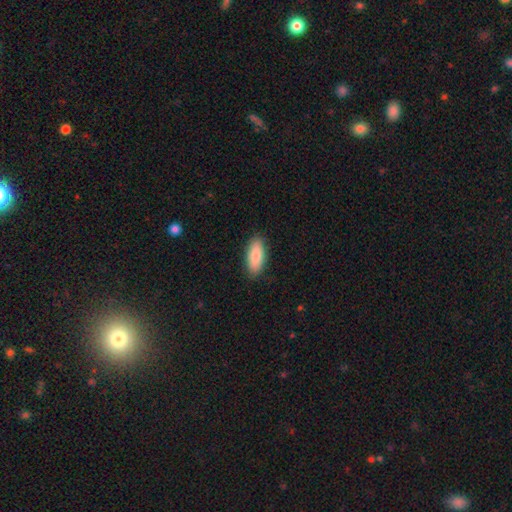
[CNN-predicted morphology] Overall: smooth (87%). How rounded: in between (82%). Merging: none (88%).